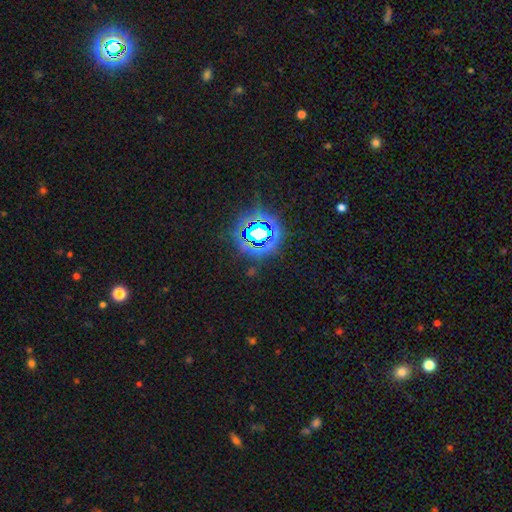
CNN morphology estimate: type=star or artifact (82%).